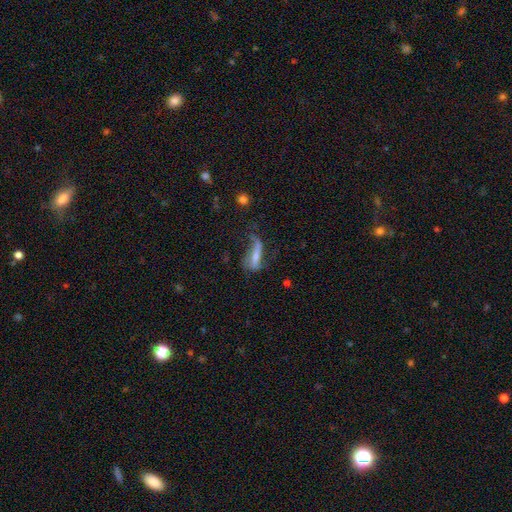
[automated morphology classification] This appears to be a smooth galaxy with no disk features (48%). Merging: major disturbance (40%).